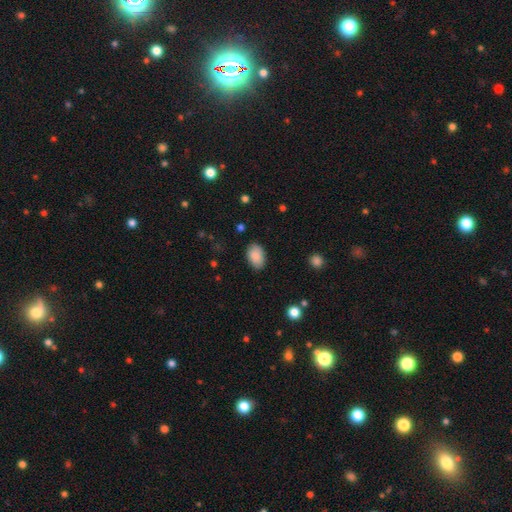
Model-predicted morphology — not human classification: Smooth or featured? smooth (88%)
How rounded? in between (90%)
Merging? none (85%)